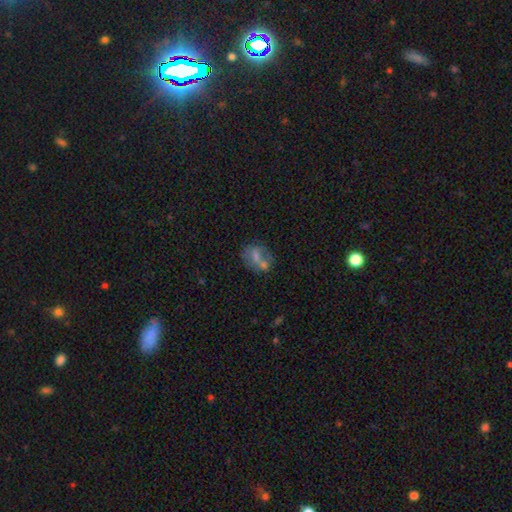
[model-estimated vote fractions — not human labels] This appears to be a smooth galaxy with no disk features (48%). Merging: none (43%).